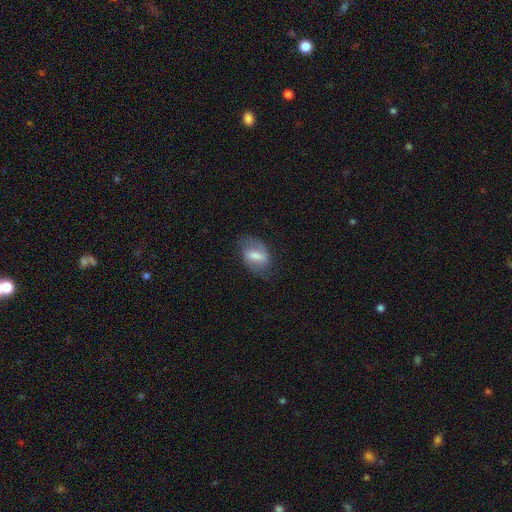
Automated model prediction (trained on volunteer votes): smooth_or_featured: featured or disk (p=0.50) [alt: smooth p=0.43]
disk_edge_on: no (p=0.94) [alt: yes p=0.06]
merging: none (p=0.68) [alt: minor disturbance p=0.21]